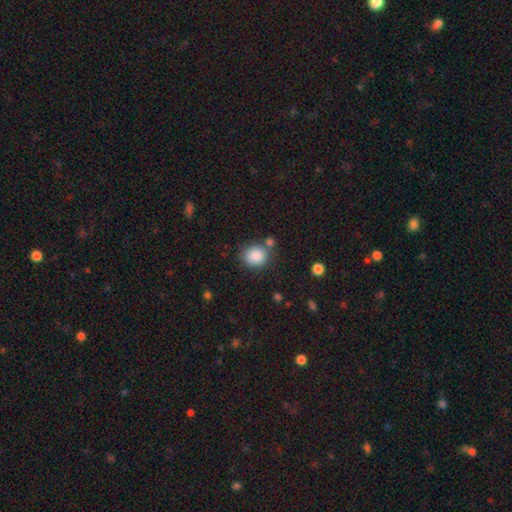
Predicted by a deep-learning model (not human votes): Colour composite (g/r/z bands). It shows a smooth galaxy with no disk features (87%) that is round (74%). Merging: none (73%).